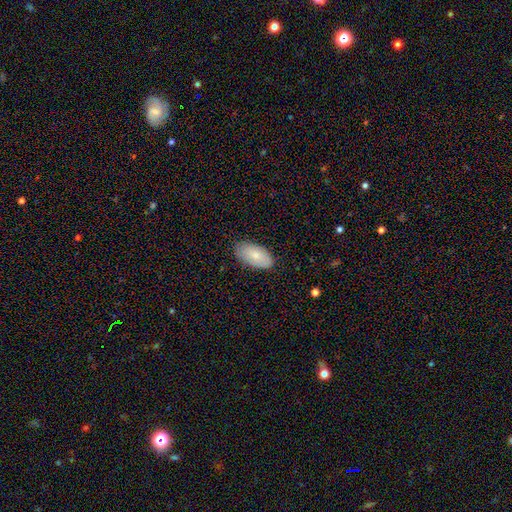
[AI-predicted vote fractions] Morphology: type=smooth (79%); roundness=in between (95%); merging=none (82%).